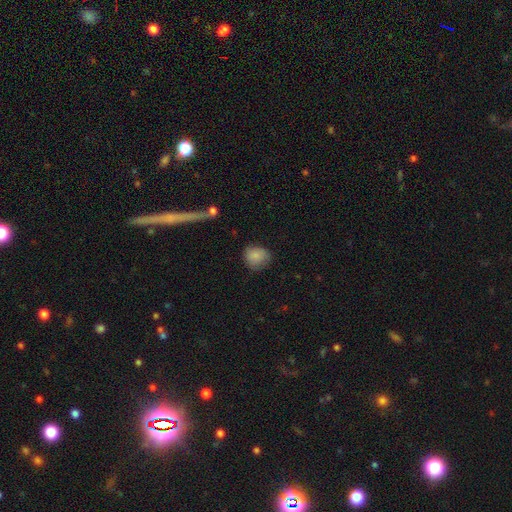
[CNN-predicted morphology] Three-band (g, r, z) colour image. It shows a smooth galaxy with no disk features (85%) that is round (74%). Merging: none (69%).